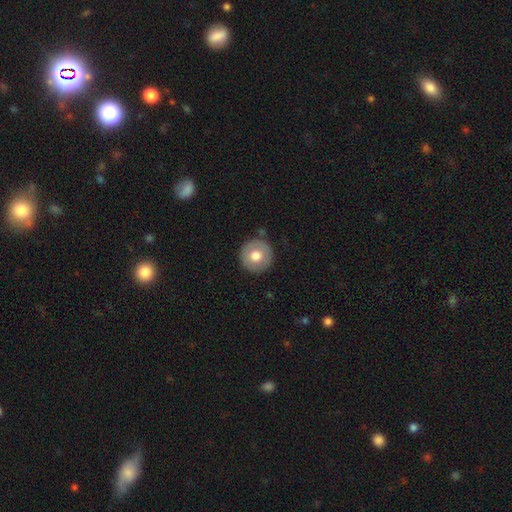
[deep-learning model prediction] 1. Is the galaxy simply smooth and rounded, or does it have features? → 70% smooth, 23% featured or disk, 7% star or artifact.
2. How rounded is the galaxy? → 96% round, 3% in between, 1% cigar-shaped.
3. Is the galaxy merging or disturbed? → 88% none, 8% minor disturbance, 2% major disturbance, 2% merger.